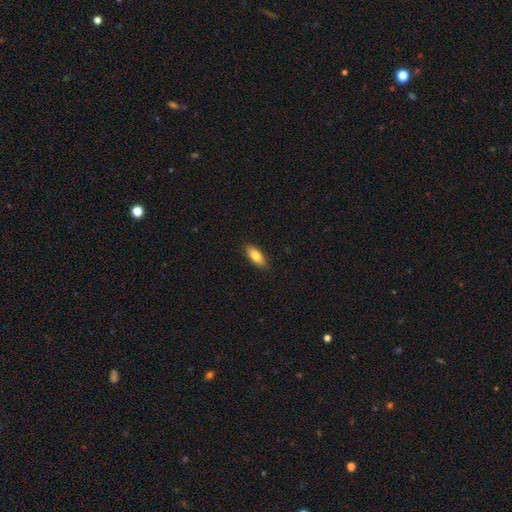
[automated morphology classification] Smooth or featured: smooth — 80% (featured or disk — 14%)
How rounded: in between — 77% (cigar-shaped — 21%)
Merging: none — 89% (minor disturbance — 9%)